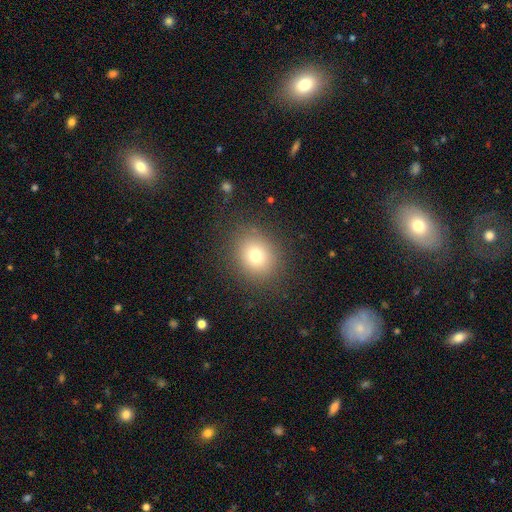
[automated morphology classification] This appears to be a smooth galaxy with no disk features (74%) that is round (72%). Merging: none (85%).